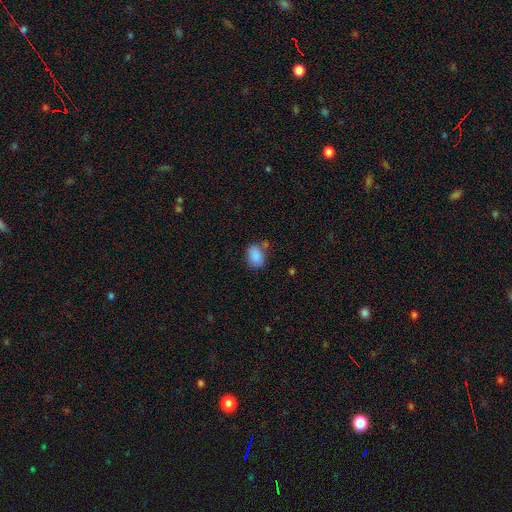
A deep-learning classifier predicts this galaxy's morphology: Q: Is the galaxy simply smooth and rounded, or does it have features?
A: smooth — 87%.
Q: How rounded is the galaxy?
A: in between — 77%.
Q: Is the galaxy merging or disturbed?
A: none — 66%.